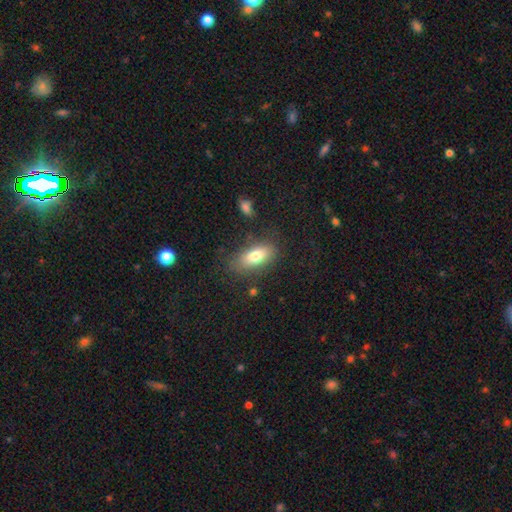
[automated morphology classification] A smooth galaxy with no disk features (77%) that is in between round and cigar-shaped (84%). Merging: none (78%).